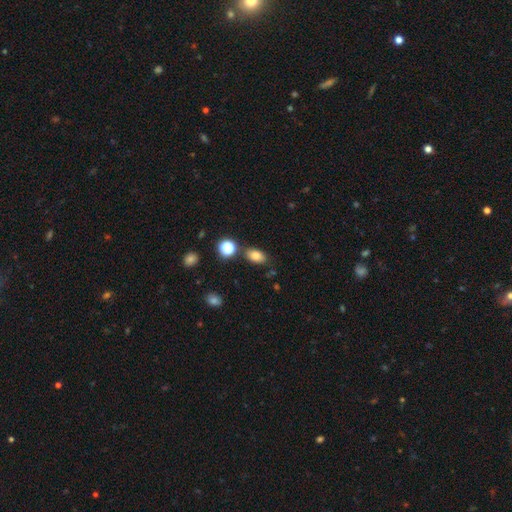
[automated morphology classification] This appears to be a smooth galaxy with no disk features (80%) that is in between round and cigar-shaped (84%). Merging: none (77%).